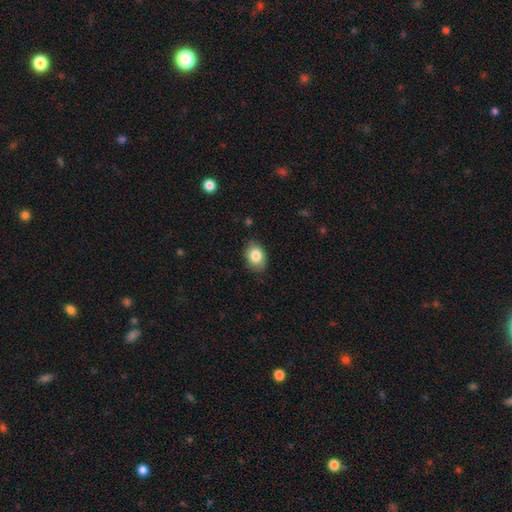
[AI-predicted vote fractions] This appears to be a smooth galaxy with no disk features (83%) that is in between round and cigar-shaped (77%). Merging: none (83%).